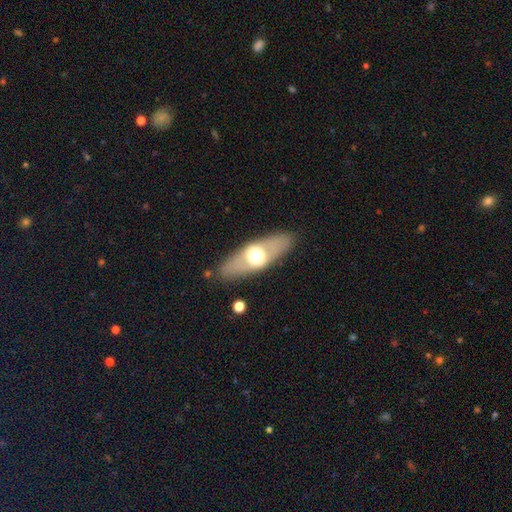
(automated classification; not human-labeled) featured or disk 47% (tied), smooth 47% (tied), star or artifact 6%. Down the decision tree: merging — none (85%).